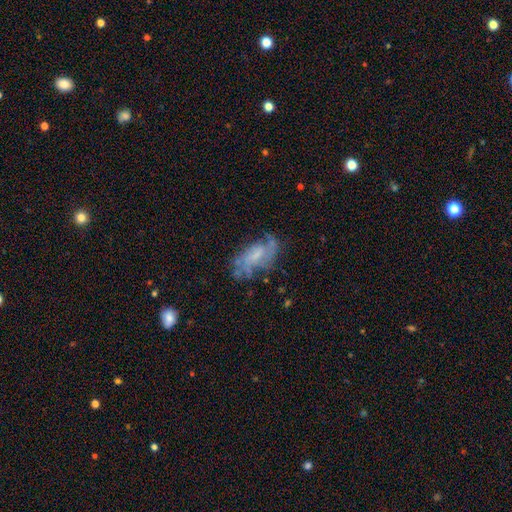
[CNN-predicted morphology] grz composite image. It shows a featured or disk galaxy (66%) with no bar (49%), spiral arms (77%) and a small central bulge (39%). Merging: none (57%).